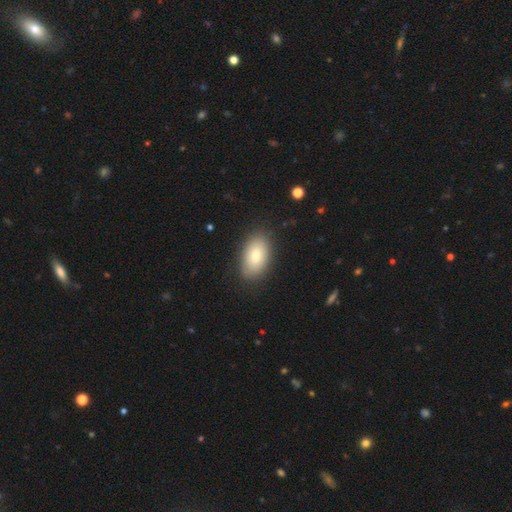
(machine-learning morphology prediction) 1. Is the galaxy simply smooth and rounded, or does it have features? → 82% smooth, 11% featured or disk, 7% star or artifact.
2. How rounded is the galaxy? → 93% in between, 5% round, 2% cigar-shaped.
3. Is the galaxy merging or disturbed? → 85% none, 11% minor disturbance, 3% major disturbance, 1% merger.